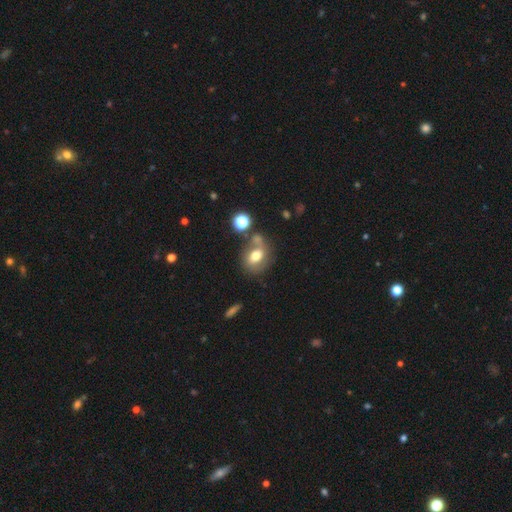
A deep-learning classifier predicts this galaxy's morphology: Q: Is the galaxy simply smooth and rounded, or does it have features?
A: smooth — 63%.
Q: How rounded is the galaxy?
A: in between — 54%.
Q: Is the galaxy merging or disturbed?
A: none — 48%.